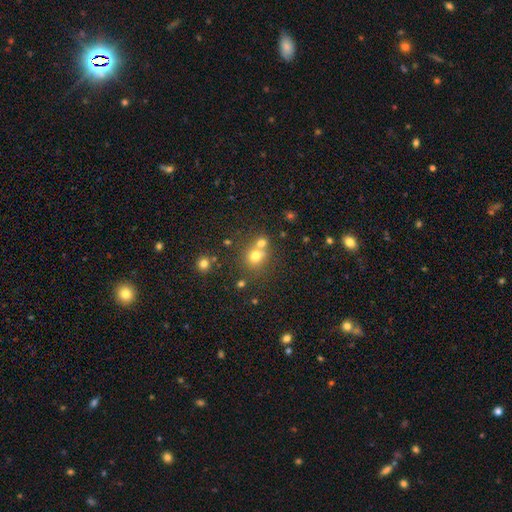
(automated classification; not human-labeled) Overall: smooth (70%). How rounded: round (80%). Merging: none (48%; merger 40%).